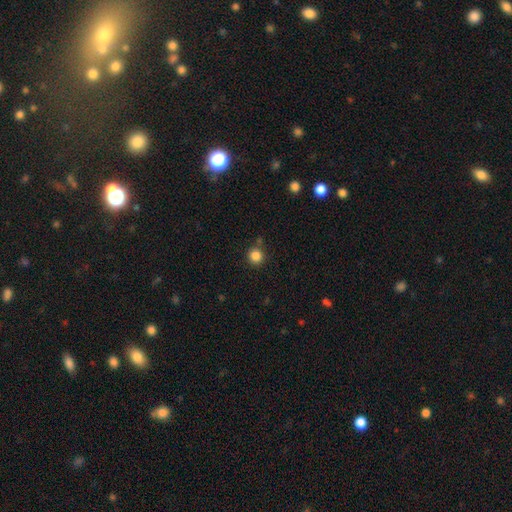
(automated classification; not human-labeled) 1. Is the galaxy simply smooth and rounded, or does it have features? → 85% smooth, 11% star or artifact, 4% featured or disk.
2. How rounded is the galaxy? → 93% round, 6% in between, 1% cigar-shaped.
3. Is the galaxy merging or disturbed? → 81% none, 10% minor disturbance, 5% merger, 3% major disturbance.